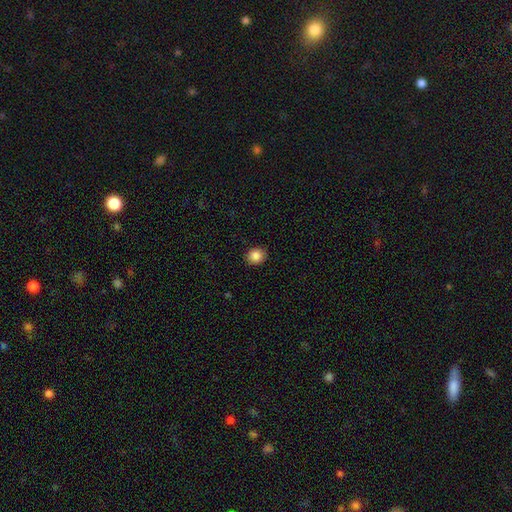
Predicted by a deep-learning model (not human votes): smooth-or-featured: smooth: 86% | star or artifact: 10% | featured or disk: 4%
  how-rounded: round: 79% | in between: 20% | cigar-shaped: 1%
  merging: none: 90% | minor disturbance: 7% | major disturbance: 2% | merger: 1%